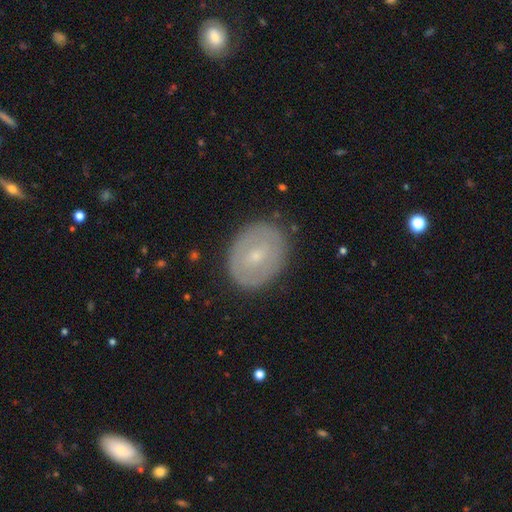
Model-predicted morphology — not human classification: This is possibly a featured or disk galaxy (49%). Merging: clearly none (85%).